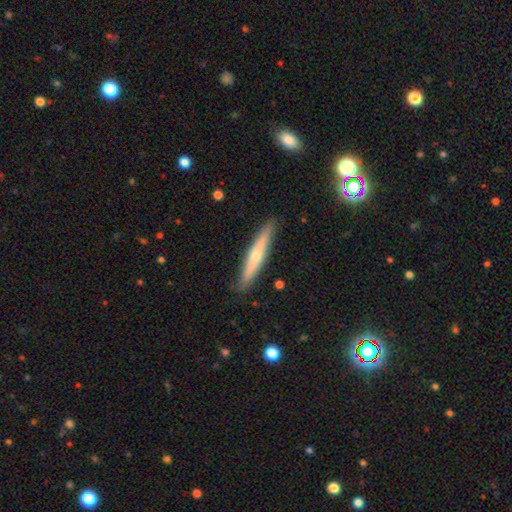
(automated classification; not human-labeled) Smooth or featured: smooth — 49% (featured or disk — 45%)
Merging: none — 88% (minor disturbance — 9%)